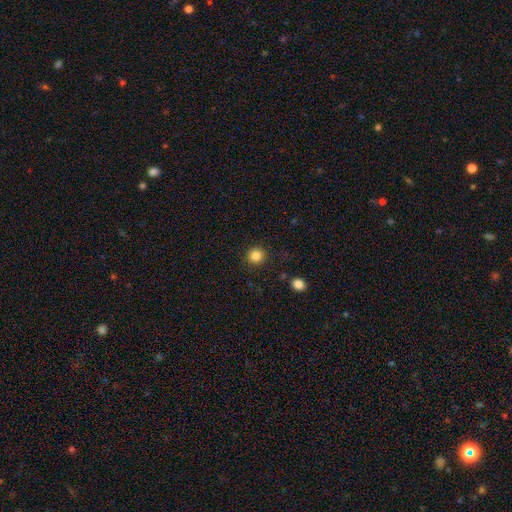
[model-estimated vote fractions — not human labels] Q: Smooth or featured?
A: smooth (85%); runner-up: star or artifact (11%)
Q: How rounded?
A: round (93%); runner-up: in between (6%)
Q: Merging?
A: none (90%); runner-up: minor disturbance (6%)